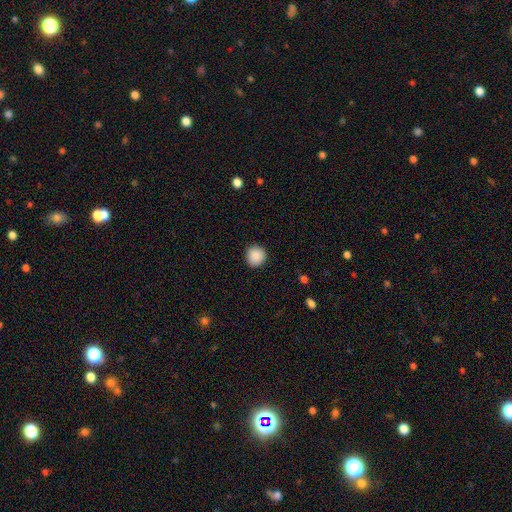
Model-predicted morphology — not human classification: A smooth galaxy with no disk features (89%) that is round (94%). Merging: none (92%).